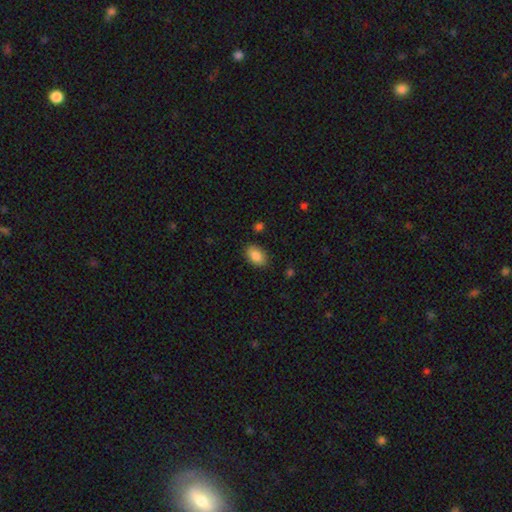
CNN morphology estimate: smooth_or_featured: smooth (p=0.87) [alt: star or artifact p=0.07]
how_rounded: in between (p=0.90) [alt: round p=0.08]
merging: none (p=0.86) [alt: minor disturbance p=0.10]